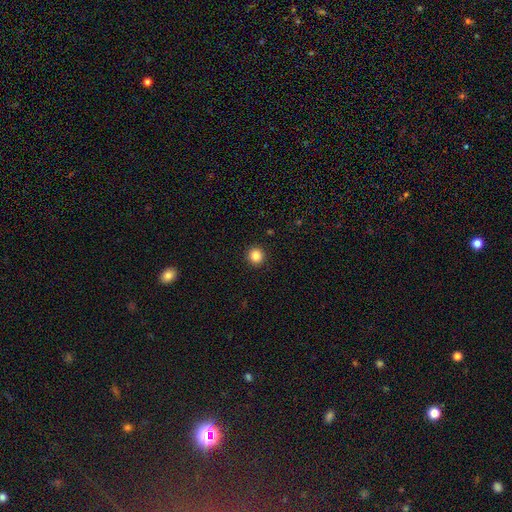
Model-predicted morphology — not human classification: Smooth or featured?
  - smooth: 86% *
  - star or artifact: 11%
  - featured or disk: 4%
How rounded?
  - round: 95% *
  - in between: 4%
  - cigar-shaped: 1%
Merging?
  - none: 93% *
  - minor disturbance: 4%
  - major disturbance: 2%
  - merger: 1%